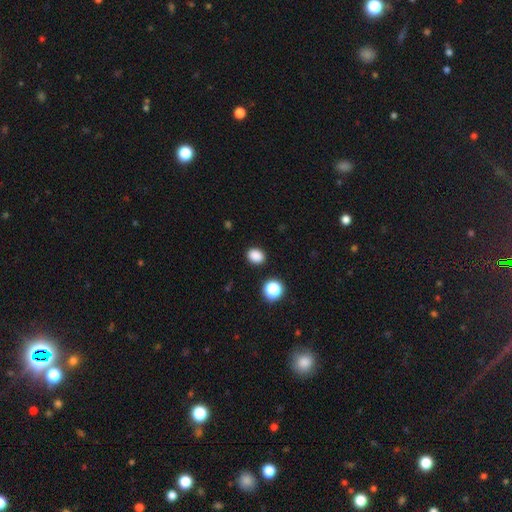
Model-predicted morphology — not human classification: type=smooth (85%); roundness=in between (57%); merging=none (89%).